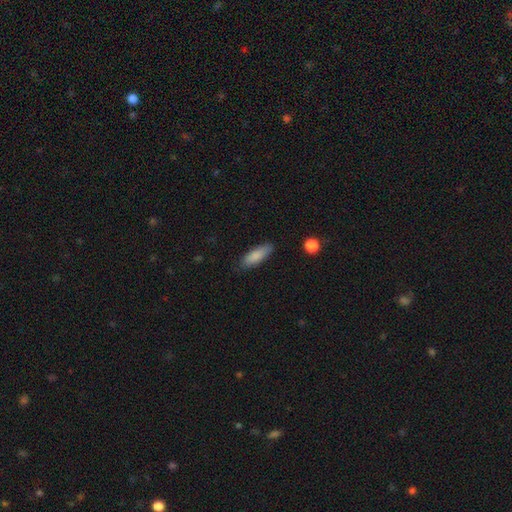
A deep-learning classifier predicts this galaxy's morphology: This appears to be a smooth galaxy with no disk features (85%) that is in between round and cigar-shaped (58%). Merging: none (82%).